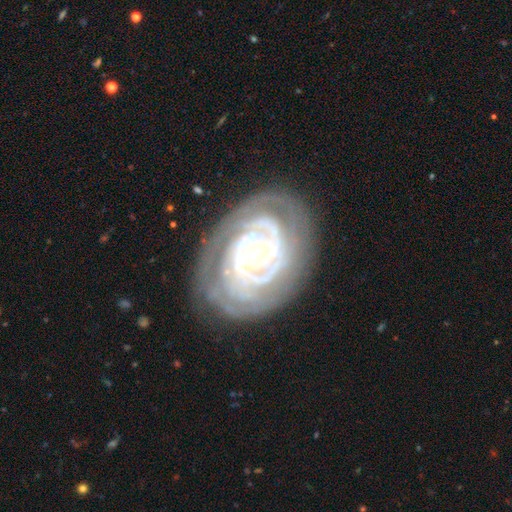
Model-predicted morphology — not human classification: smooth-or-featured: featured or disk: 88% | smooth: 7% | star or artifact: 5%
  disk-edge-on: no: 96% | yes: 4%
    bar: no: 69% | weak: 20% | strong: 11%
    has-spiral-arms: yes: 94% | no: 6%
      spiral-winding: tight: 81% | medium: 16% | loose: 3%
      spiral-arm-count: can't tell: 31% | 2: 24% | 3: 19% | 4: 12% | more than 4: 8% | 1: 6%
    bulge-size: small: 73% | moderate: 23% | large: 2% | none: 1% | dominant: 1%
  merging: none: 76% | minor disturbance: 16% | major disturbance: 7% | merger: 1%